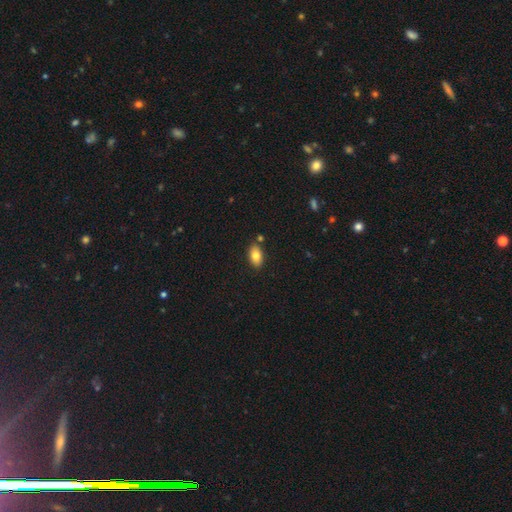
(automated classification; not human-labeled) Overall: smooth (81%). How rounded: in between (91%). Merging: none (82%).